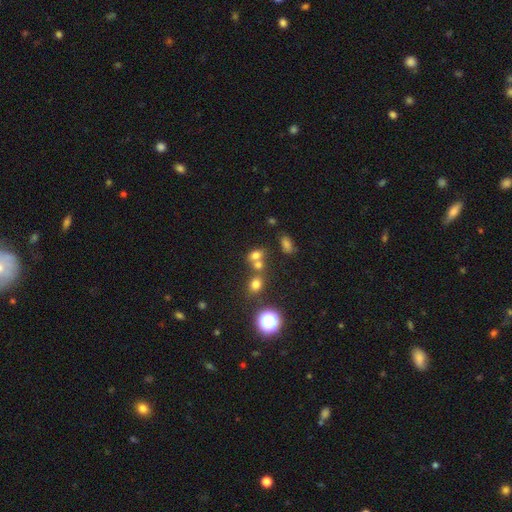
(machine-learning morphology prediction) Smooth or featured? smooth (65%)
How rounded? in between (55%)
Merging? none (43%)